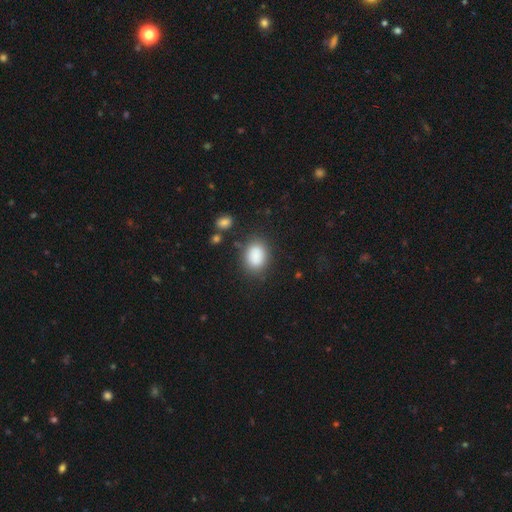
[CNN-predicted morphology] smooth 87%, star or artifact 8%, featured or disk 5%. Down the decision tree: how rounded — in between (65%); merging — none (78%).